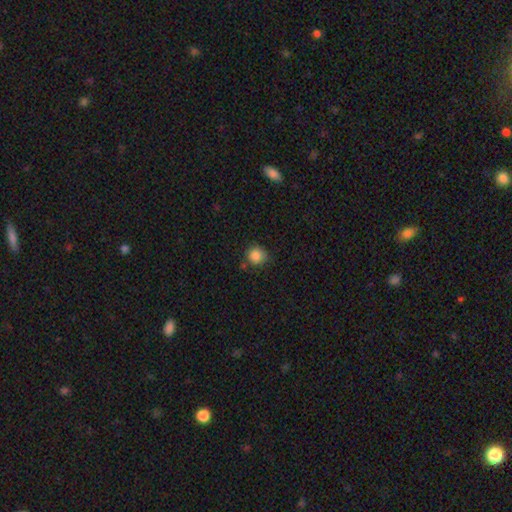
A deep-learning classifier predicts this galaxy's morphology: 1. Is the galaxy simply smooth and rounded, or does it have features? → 86% smooth, 10% star or artifact, 4% featured or disk.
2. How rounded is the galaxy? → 88% round, 11% in between, 1% cigar-shaped.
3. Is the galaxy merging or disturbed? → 76% none, 15% minor disturbance, 5% merger, 3% major disturbance.